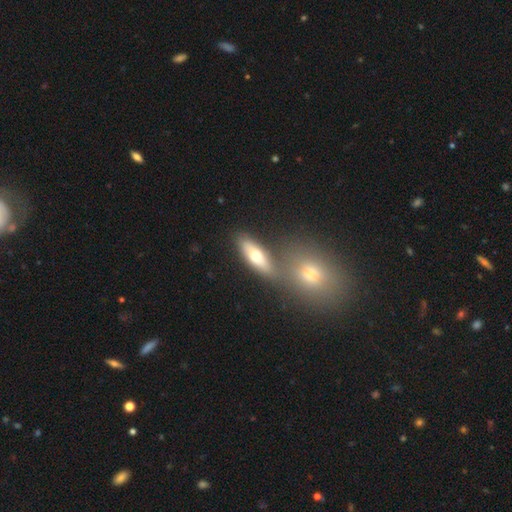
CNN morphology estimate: A smooth galaxy with no disk features (65%) that is in between round and cigar-shaped (65%). Merging: none (60%).